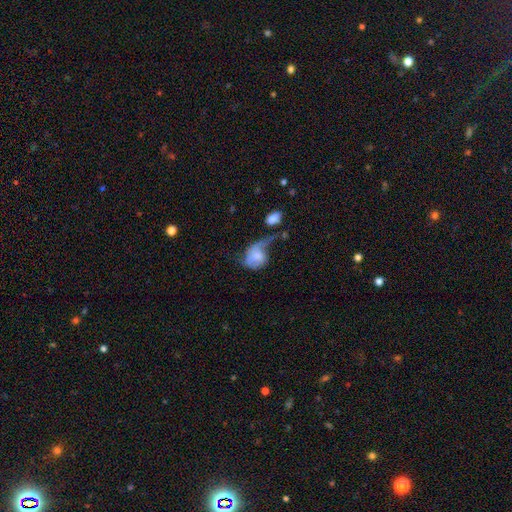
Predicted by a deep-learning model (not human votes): Q: Smooth or featured?
A: smooth (48%); runner-up: featured or disk (43%)
Q: Merging?
A: major disturbance (47%); runner-up: merger (20%)